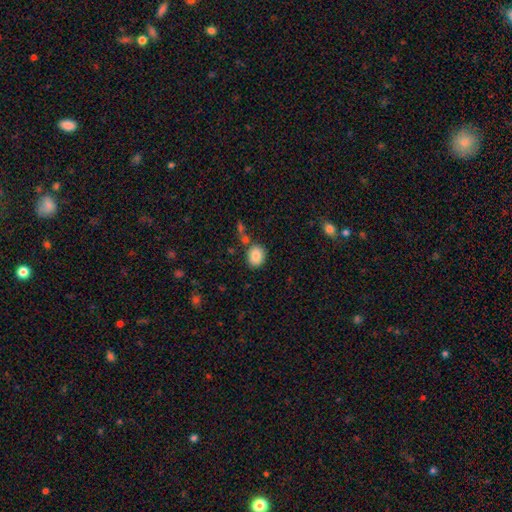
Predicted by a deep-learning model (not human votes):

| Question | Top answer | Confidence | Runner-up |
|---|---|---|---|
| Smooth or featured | smooth | 85% | star or artifact (8%) |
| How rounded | round | 54% | in between (45%) |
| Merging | none | 77% | minor disturbance (11%) |